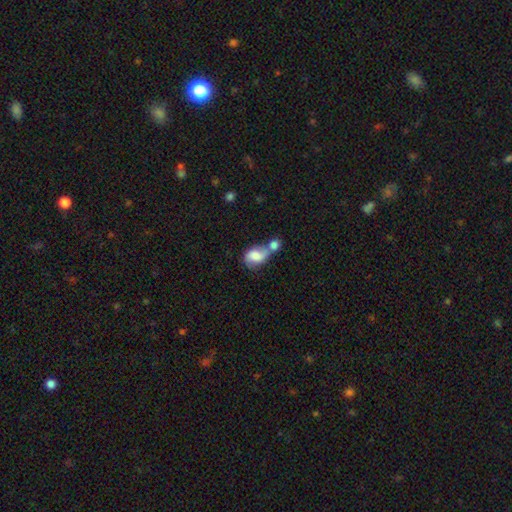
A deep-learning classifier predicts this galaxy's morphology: Q: Smooth or featured?
A: smooth (60%); runner-up: featured or disk (32%)
Q: How rounded?
A: in between (73%); runner-up: round (25%)
Q: Merging?
A: merger (64%); runner-up: none (17%)